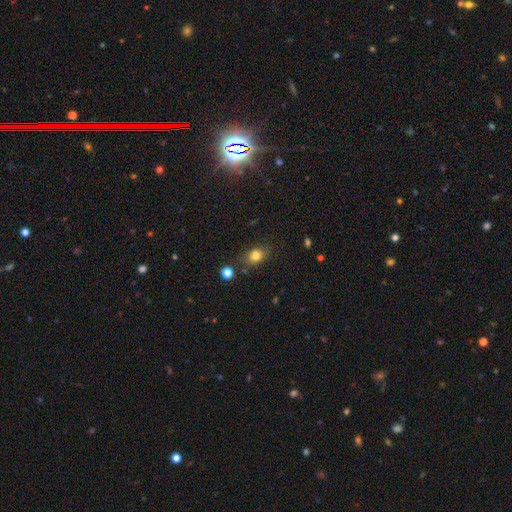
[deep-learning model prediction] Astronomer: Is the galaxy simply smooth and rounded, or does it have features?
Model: smooth — 80%.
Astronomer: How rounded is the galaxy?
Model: in between — 60% (runner-up: round, 38%).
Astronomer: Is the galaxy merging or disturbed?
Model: none — 76%.